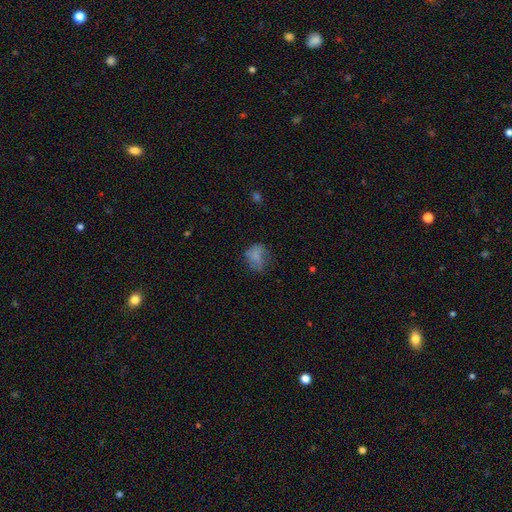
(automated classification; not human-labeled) Smooth or featured: smooth — 70% (featured or disk — 17%)
How rounded: in between — 55% (round — 43%)
Merging: none — 49% (minor disturbance — 27%)